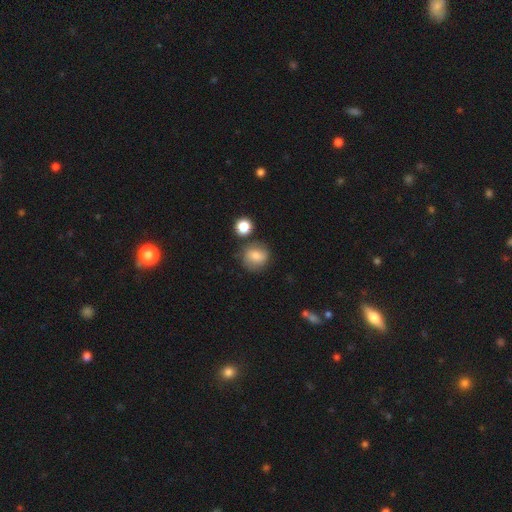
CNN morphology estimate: Q: Smooth or featured?
A: smooth (73%); runner-up: featured or disk (16%)
Q: How rounded?
A: round (83%); runner-up: in between (16%)
Q: Merging?
A: none (72%); runner-up: minor disturbance (15%)